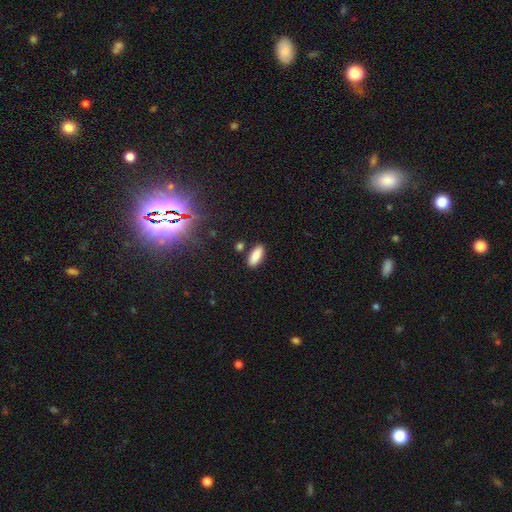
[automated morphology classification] Smooth or featured? smooth (86%)
How rounded? in between (80%)
Merging? none (85%)